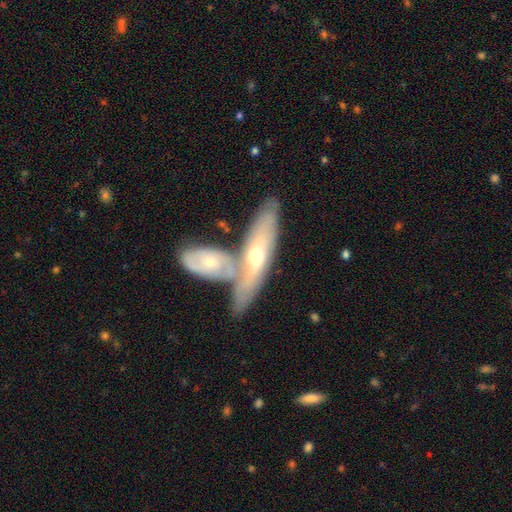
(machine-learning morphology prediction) This is likely a featured or disk galaxy (64%). It is possibly viewed edge-on (54%). Merging: marginally merger (44%).